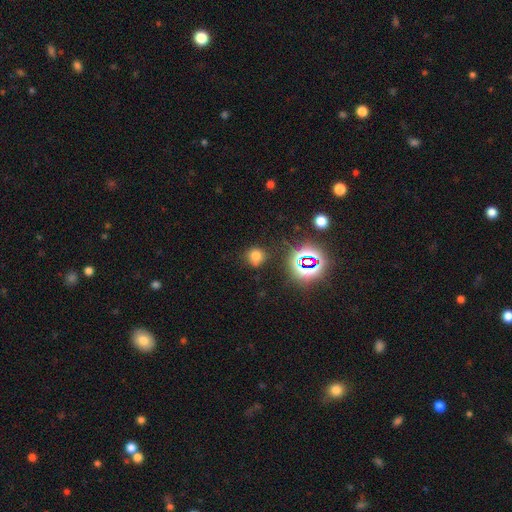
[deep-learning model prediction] Morphology: type=smooth (67%); roundness=round (85%); merging=none (75%).